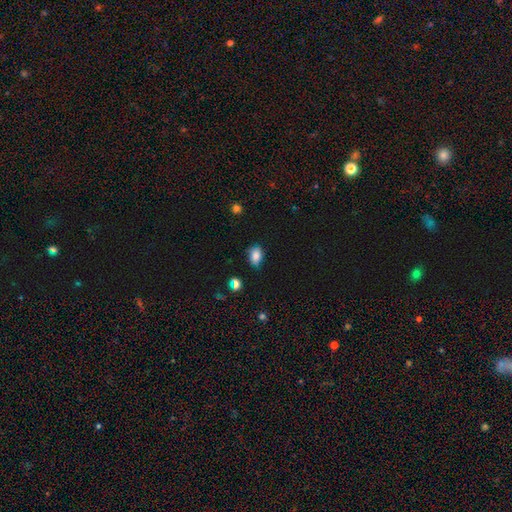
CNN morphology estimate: Smooth or featured? Predicted: smooth (p=0.82). How rounded? Predicted: in between (p=0.73). Merging? Predicted: none (p=0.65).